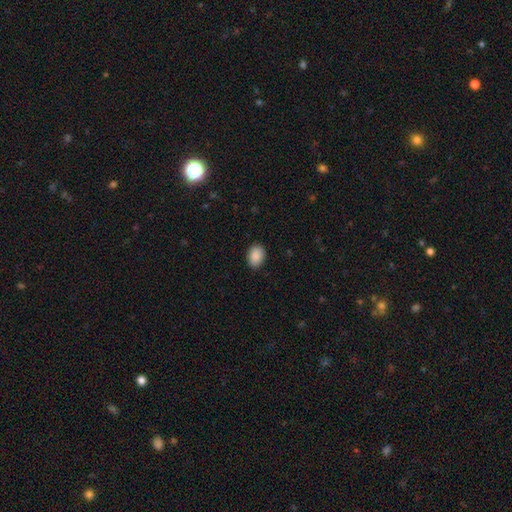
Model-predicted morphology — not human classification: A smooth galaxy with no disk features (90%) that is in between round and cigar-shaped (78%).

Vote fractions:
- Smooth or featured? smooth: 90% / star or artifact: 7% / featured or disk: 3%
- How rounded? in between: 78% / round: 21% / cigar-shaped: 1%
- Merging? none: 88% / minor disturbance: 9% / major disturbance: 2% / merger: 1%